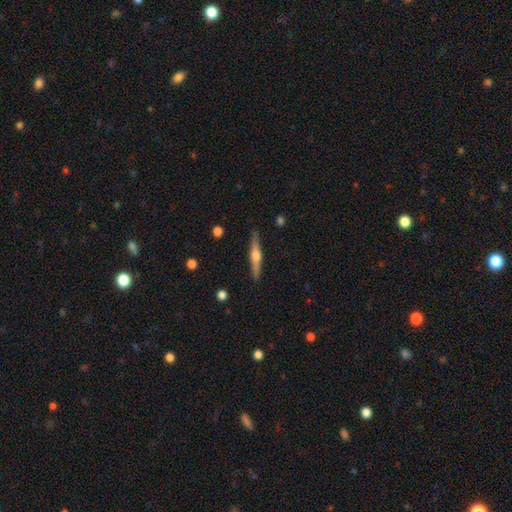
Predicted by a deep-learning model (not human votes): The model was most divided on "smooth or featured": featured or disk: 67%, smooth: 28%, star or artifact: 6%. More confident: edge-on disk — yes (97%); edge-on bulge — rounded (91%); merging — none (89%).